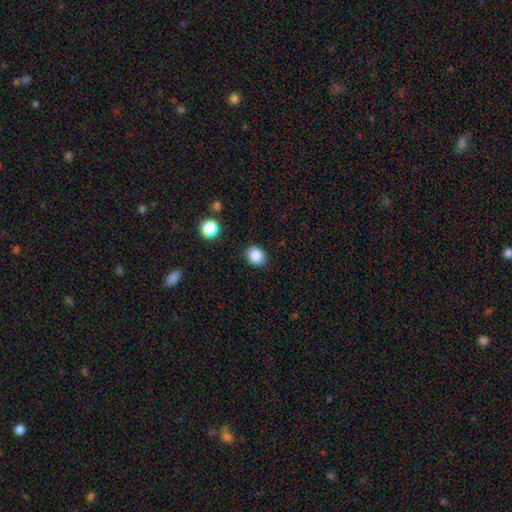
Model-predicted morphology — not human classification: Smooth or featured? smooth (86%)
How rounded? round (63%)
Merging? none (87%)